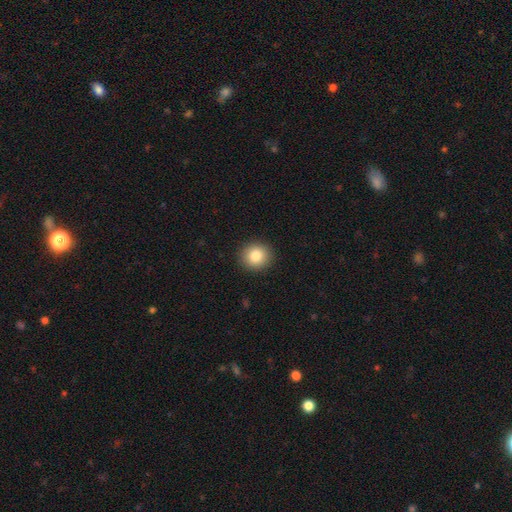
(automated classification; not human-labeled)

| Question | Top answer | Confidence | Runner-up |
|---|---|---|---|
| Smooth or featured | smooth | 84% | star or artifact (9%) |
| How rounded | round | 89% | in between (11%) |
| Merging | none | 92% | minor disturbance (5%) |